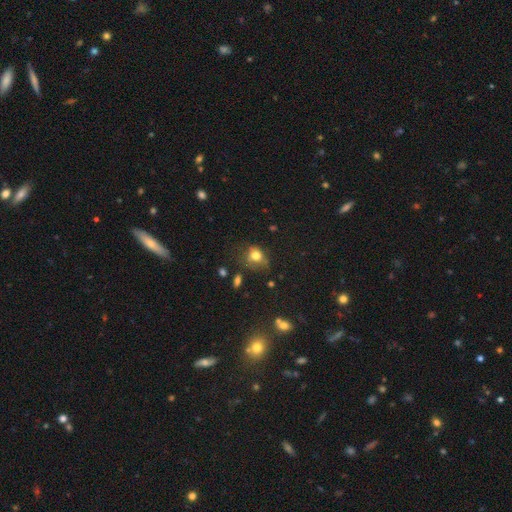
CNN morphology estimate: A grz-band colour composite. It shows a smooth galaxy with no disk features (73%) that is round (55%). Merging: none (44%).